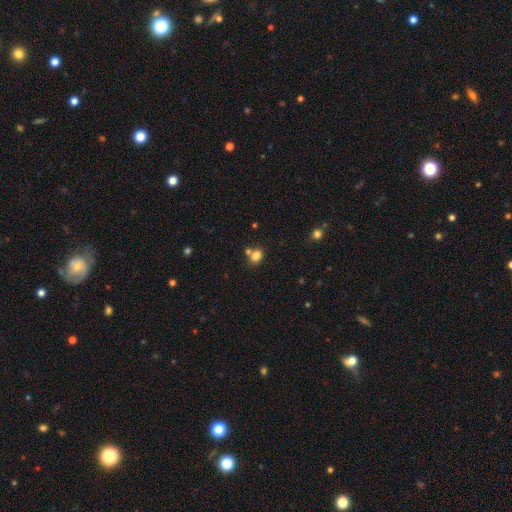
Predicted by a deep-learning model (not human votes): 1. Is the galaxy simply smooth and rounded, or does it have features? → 81% smooth, 12% star or artifact, 7% featured or disk.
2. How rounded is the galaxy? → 59% in between, 40% round, 1% cigar-shaped.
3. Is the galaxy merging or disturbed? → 57% none, 28% merger, 11% minor disturbance, 4% major disturbance.